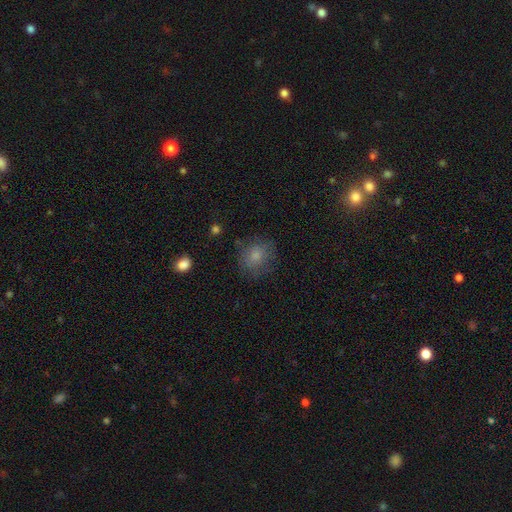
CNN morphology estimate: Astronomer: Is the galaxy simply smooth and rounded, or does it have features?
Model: smooth — 77%.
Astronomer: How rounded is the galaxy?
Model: round — 75%.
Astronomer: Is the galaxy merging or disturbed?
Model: none — 72%.